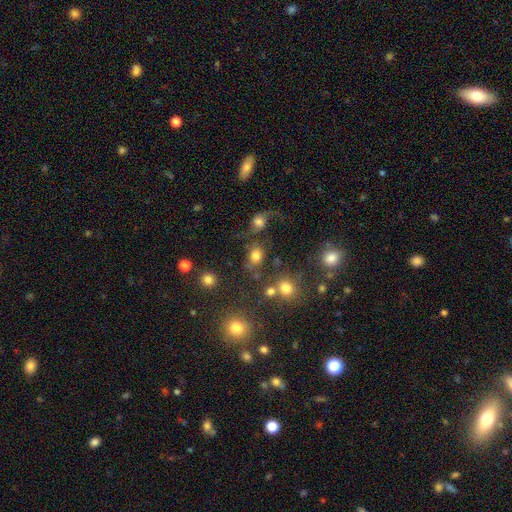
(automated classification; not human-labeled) smooth 75%, star or artifact 14%, featured or disk 11%. Down the decision tree: how rounded — round (57%); merging — none (54%).